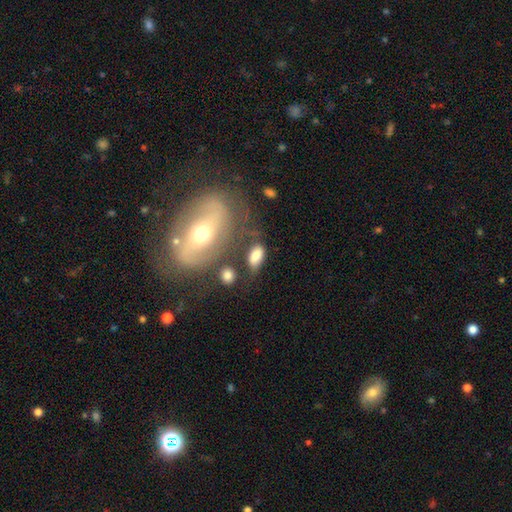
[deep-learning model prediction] This appears to be a smooth galaxy with no disk features (79%) that is in between round and cigar-shaped (89%). Merging: none (59%).